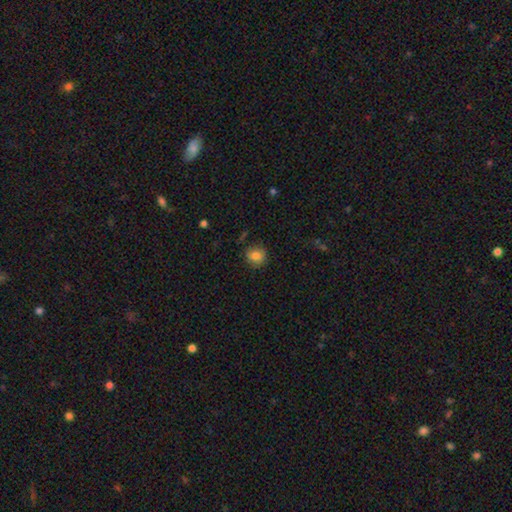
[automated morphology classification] The model was most divided on "merging": none: 83%, minor disturbance: 13%, major disturbance: 3%, merger: 2%. More confident: how rounded — round (86%); smooth or featured — smooth (82%).